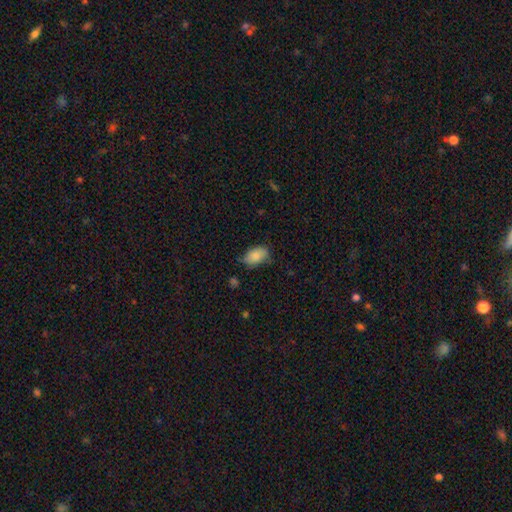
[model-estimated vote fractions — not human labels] This is clearly a smooth galaxy (84%). How rounded: clearly in between (91%). Merging: likely none (64%).